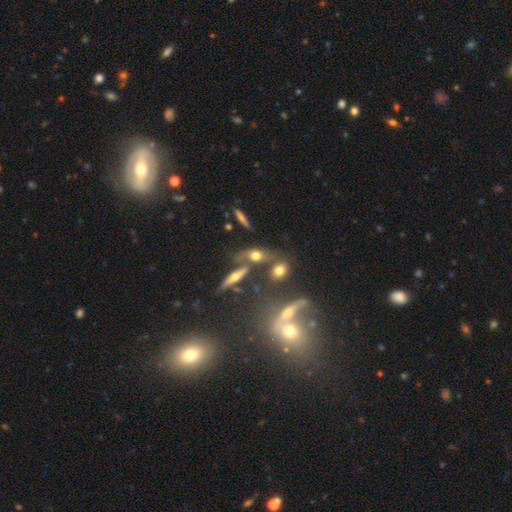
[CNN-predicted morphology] smooth_or_featured: smooth (p=0.55) [alt: featured or disk p=0.31]
how_rounded: in between (p=0.62) [alt: round p=0.19]
merging: none (p=0.51) [alt: merger p=0.25]